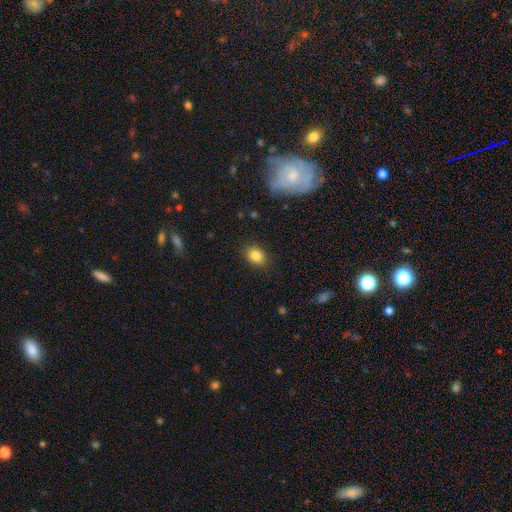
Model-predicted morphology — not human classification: The model was most divided on "how rounded": in between: 65%, round: 33%, cigar-shaped: 1%. More confident: merging — none (87%); smooth or featured — smooth (84%).